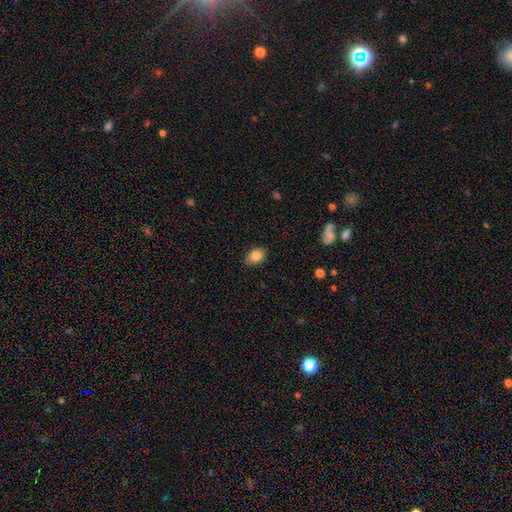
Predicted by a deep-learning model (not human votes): Overall: smooth (85%). How rounded: in between (78%). Merging: none (86%).